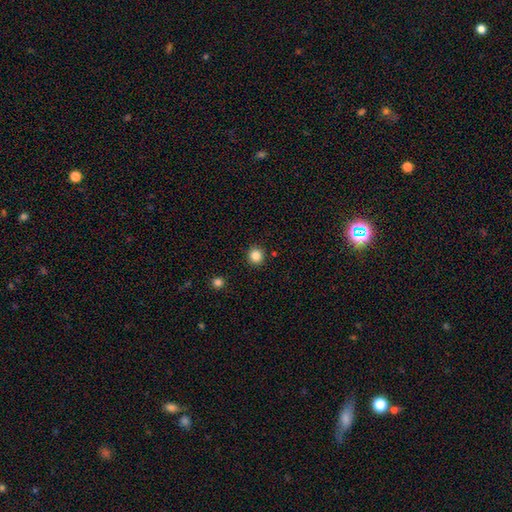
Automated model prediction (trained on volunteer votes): Smooth or featured?
  - smooth: 85% *
  - star or artifact: 11%
  - featured or disk: 4%
How rounded?
  - round: 93% *
  - in between: 6%
  - cigar-shaped: 1%
Merging?
  - none: 91% *
  - minor disturbance: 5%
  - major disturbance: 2%
  - merger: 2%